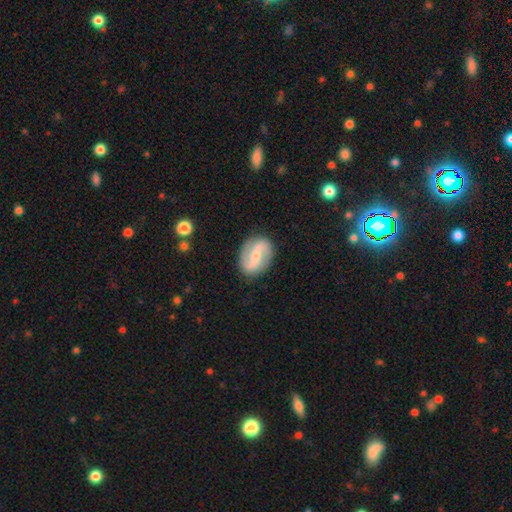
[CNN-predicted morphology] The model was most divided on "bar": strong: 46%, weak: 33%, no: 21%. More confident: edge-on disk — no (97%); spiral arm count — 2 (92%); spiral arms — yes (90%); merging — none (86%); smooth or featured — featured or disk (77%); bulge size — small (66%); spiral winding — loose (56%).